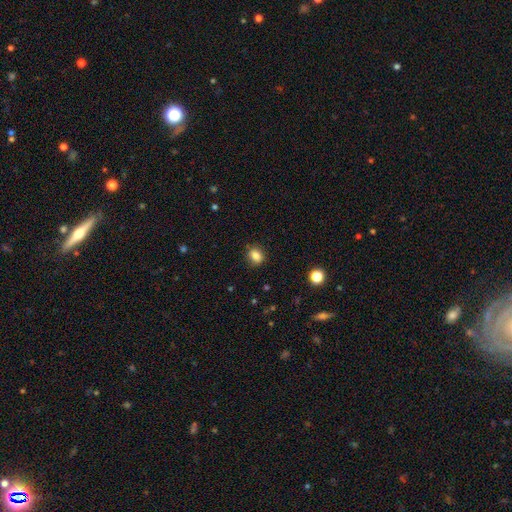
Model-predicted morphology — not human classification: type=smooth (83%); roundness=round (55%); merging=none (87%).